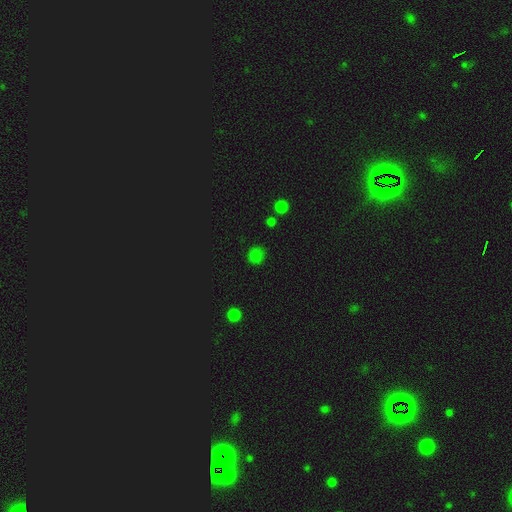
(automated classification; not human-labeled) Q: Smooth or featured?
A: smooth (72%); runner-up: star or artifact (23%)
Q: How rounded?
A: round (88%); runner-up: in between (11%)
Q: Merging?
A: none (84%); runner-up: minor disturbance (11%)